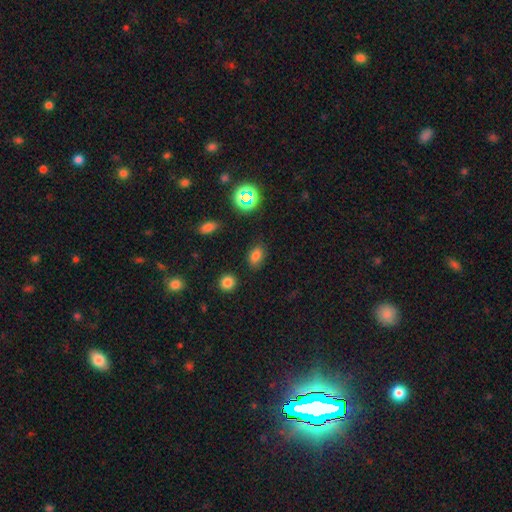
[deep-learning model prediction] Smooth or featured? smooth (75%)
How rounded? in between (81%)
Merging? none (81%)